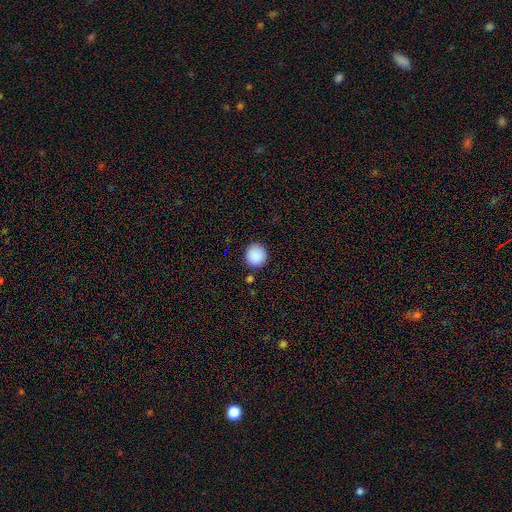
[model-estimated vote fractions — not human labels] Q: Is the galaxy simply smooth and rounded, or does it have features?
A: smooth — 89%.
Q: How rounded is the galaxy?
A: round — 94%.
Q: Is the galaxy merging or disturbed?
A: none — 88%.